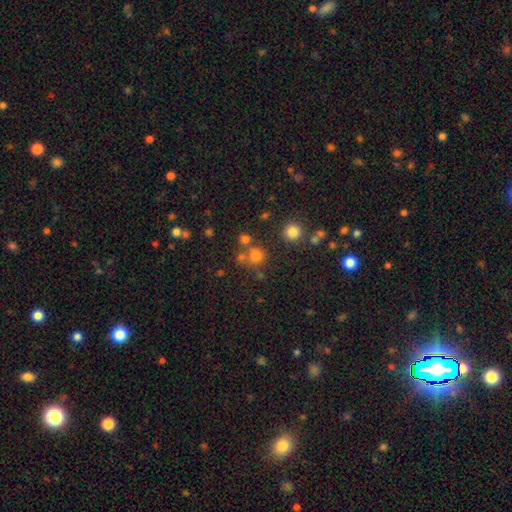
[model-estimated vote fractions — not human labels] Q: Smooth or featured?
A: smooth (72%); runner-up: star or artifact (20%)
Q: How rounded?
A: round (89%); runner-up: in between (10%)
Q: Merging?
A: none (65%); runner-up: merger (21%)